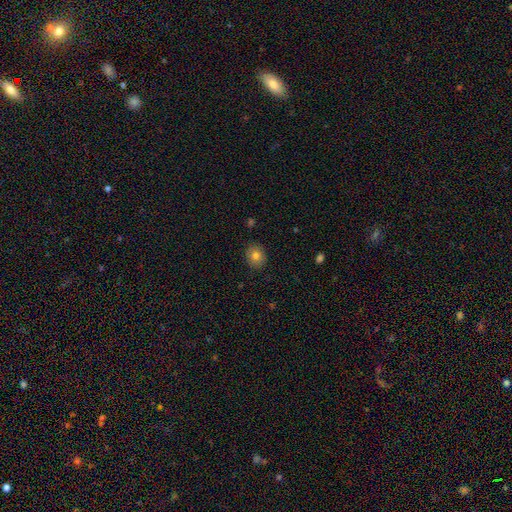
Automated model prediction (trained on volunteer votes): A smooth galaxy with no disk features (79%) that is round (66%). Merging: none (87%).